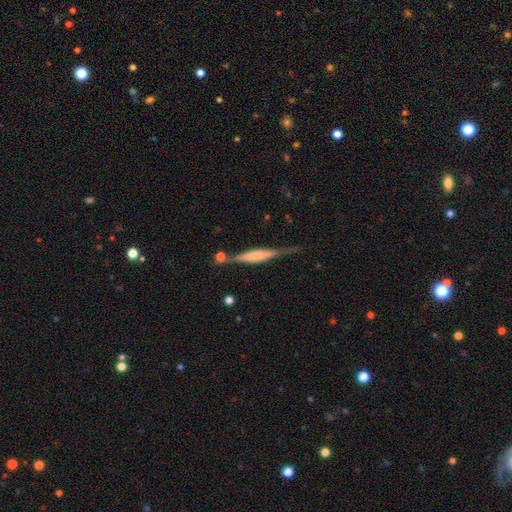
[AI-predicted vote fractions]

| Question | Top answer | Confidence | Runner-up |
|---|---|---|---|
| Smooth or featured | featured or disk | 71% | smooth (23%) |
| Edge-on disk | yes | 97% | no (3%) |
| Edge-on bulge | boxy | 47% | rounded (38%) |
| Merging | none | 77% | minor disturbance (15%) |